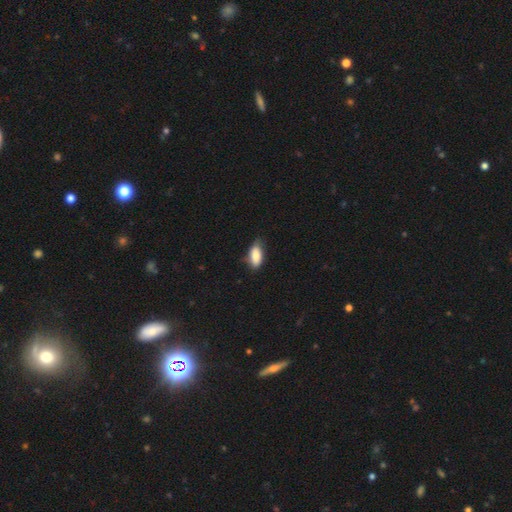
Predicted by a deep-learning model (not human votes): Overall: smooth (83%). How rounded: in between (88%). Merging: none (64%; minor disturbance 30%).